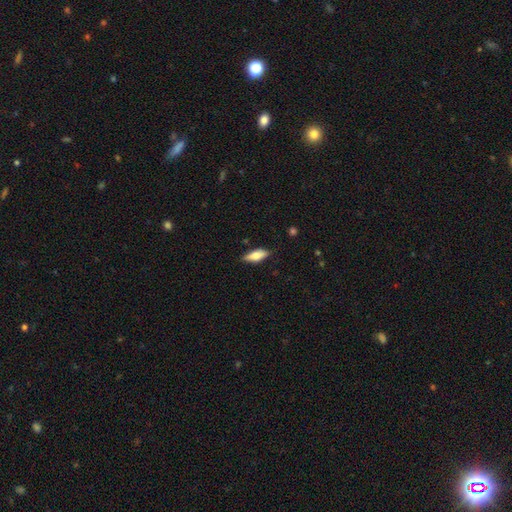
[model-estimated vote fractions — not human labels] Smooth or featured: smooth — 66% (featured or disk — 28%)
How rounded: in between — 66% (cigar-shaped — 32%)
Merging: none — 84% (minor disturbance — 12%)